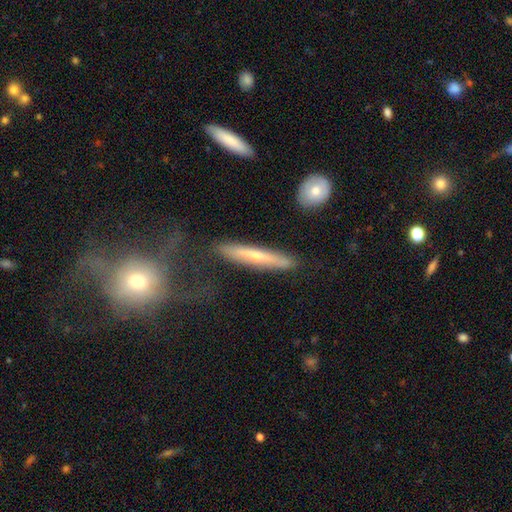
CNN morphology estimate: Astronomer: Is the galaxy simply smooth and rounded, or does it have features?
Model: featured or disk — 53% (runner-up: smooth, 40%).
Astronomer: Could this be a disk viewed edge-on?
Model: yes — 86%.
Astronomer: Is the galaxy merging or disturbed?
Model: none — 81%.